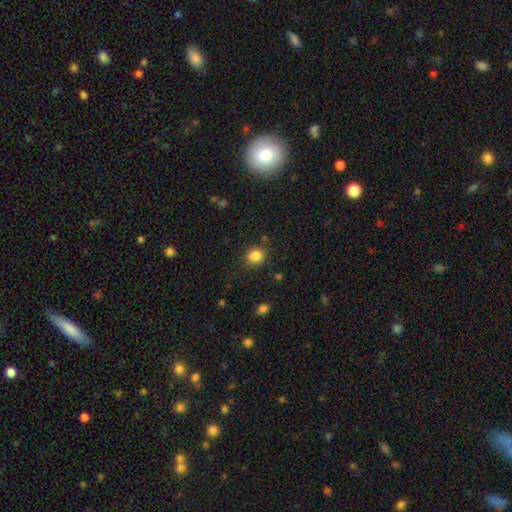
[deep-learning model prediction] smooth_or_featured: smooth (p=0.85) [alt: star or artifact p=0.11]
how_rounded: round (p=0.64) [alt: in between p=0.35]
merging: none (p=0.78) [alt: minor disturbance p=0.15]